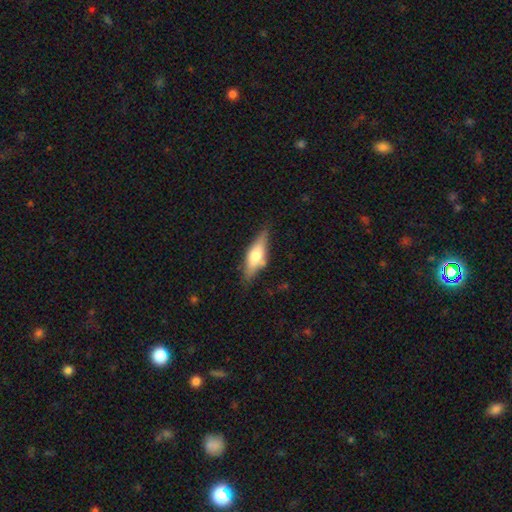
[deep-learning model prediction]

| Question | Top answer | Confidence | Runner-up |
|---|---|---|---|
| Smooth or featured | smooth | 51% | featured or disk (43%) |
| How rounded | in between | 53% | cigar-shaped (44%) |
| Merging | none | 74% | minor disturbance (17%) |